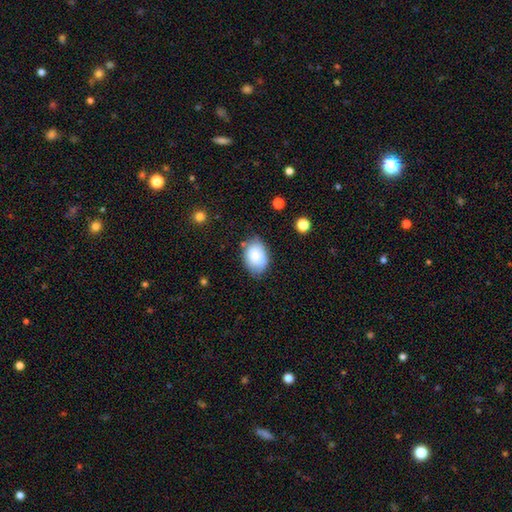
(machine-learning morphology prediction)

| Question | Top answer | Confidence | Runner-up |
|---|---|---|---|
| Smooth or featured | smooth | 85% | featured or disk (8%) |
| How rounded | in between | 86% | round (13%) |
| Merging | none | 73% | minor disturbance (21%) |